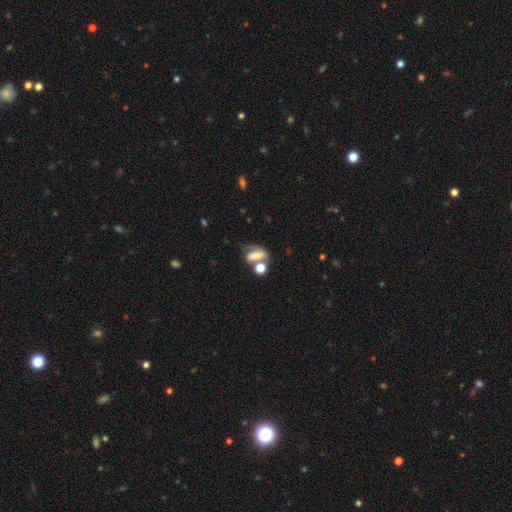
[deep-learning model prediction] This appears to be a smooth galaxy with no disk features (61%) that is in between round and cigar-shaped (70%). Merging: merger (36%).